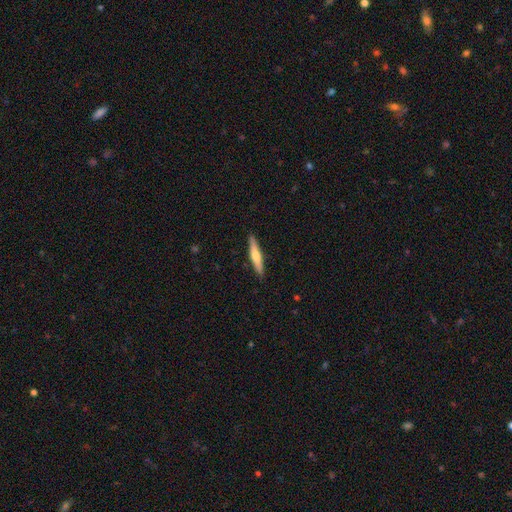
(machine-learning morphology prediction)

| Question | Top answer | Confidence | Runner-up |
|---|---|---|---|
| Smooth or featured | smooth | 49% | featured or disk (46%) |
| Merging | none | 90% | minor disturbance (7%) |